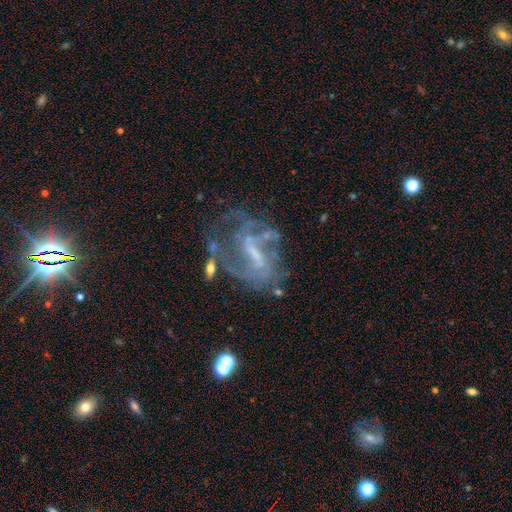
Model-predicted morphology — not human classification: A featured or disk galaxy (71%) with a weak bar (44%), spiral arms (69%) and a small central bulge (40%).

Vote fractions:
- Smooth or featured? featured or disk: 71% / star or artifact: 17% / smooth: 13%
- Edge-on disk? no: 94% / yes: 6%
- Bar? weak: 44% / strong: 29% / no: 28%
- Spiral arms? yes: 69% / no: 31%
- Bulge size? small: 40% / none: 34% / moderate: 22% / large: 2% / dominant: 1%
- Merging? none: 48% / major disturbance: 26% / minor disturbance: 20% / merger: 7%